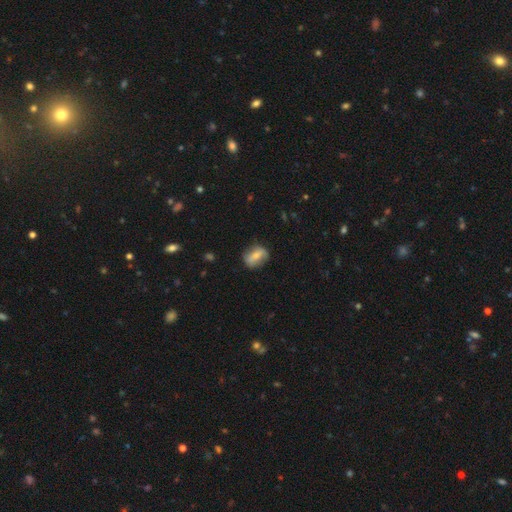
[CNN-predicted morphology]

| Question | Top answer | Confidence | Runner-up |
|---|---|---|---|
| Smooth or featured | smooth | 54% | featured or disk (39%) |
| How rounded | in between | 71% | round (24%) |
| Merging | none | 76% | minor disturbance (18%) |